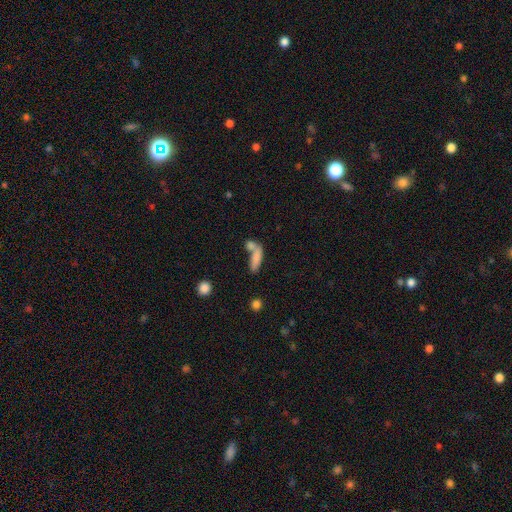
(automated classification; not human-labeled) The model was most divided on "how rounded": in between: 55%, cigar-shaped: 40%, round: 5%. More confident: smooth or featured — smooth (78%); merging — merger (51%).